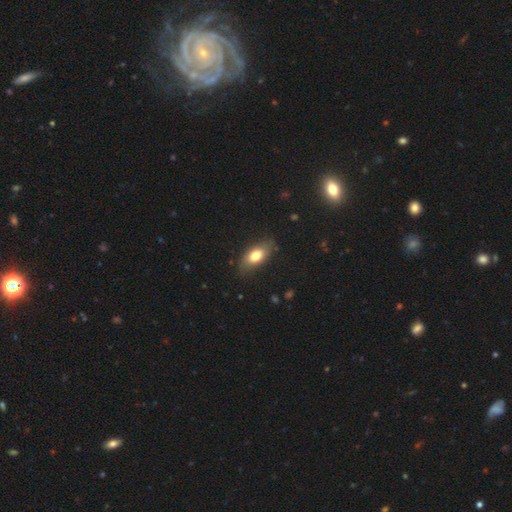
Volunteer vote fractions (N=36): Morphology: type=smooth (67%); roundness=in between (100%); merging=none (80%).